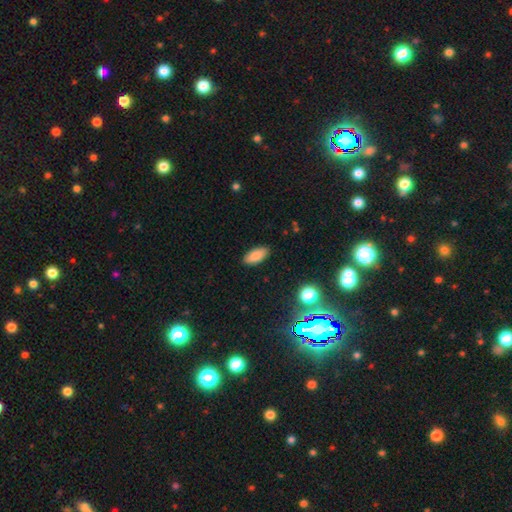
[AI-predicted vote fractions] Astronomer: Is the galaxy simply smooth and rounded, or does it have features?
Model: smooth — 85%.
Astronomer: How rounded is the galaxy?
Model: in between — 89%.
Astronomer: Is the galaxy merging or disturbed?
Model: none — 89%.